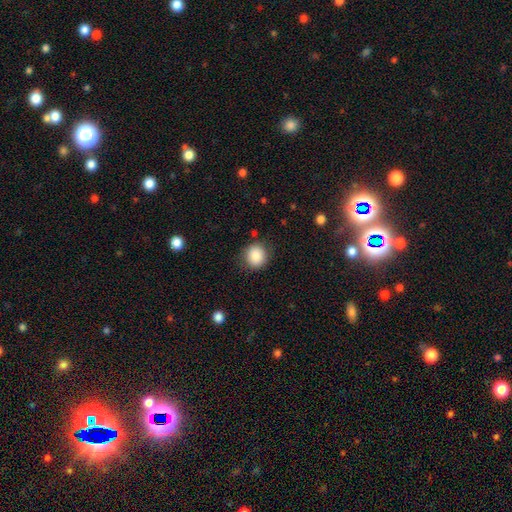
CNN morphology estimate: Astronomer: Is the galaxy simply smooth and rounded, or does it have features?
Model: smooth — 86%.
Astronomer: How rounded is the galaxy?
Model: round — 85%.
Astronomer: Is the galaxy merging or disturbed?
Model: none — 84%.